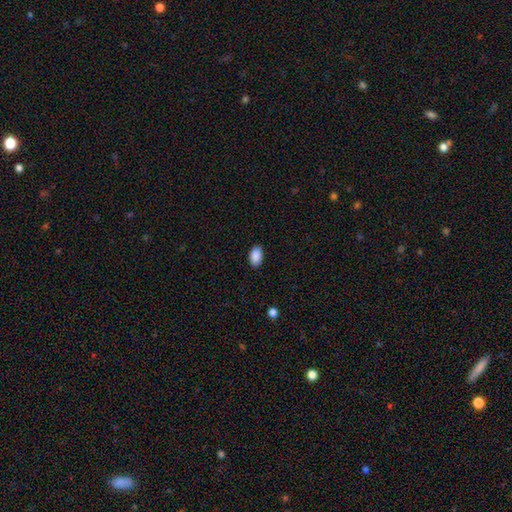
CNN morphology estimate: Q: Smooth or featured?
A: smooth (89%); runner-up: star or artifact (7%)
Q: How rounded?
A: in between (92%); runner-up: round (6%)
Q: Merging?
A: none (87%); runner-up: minor disturbance (9%)